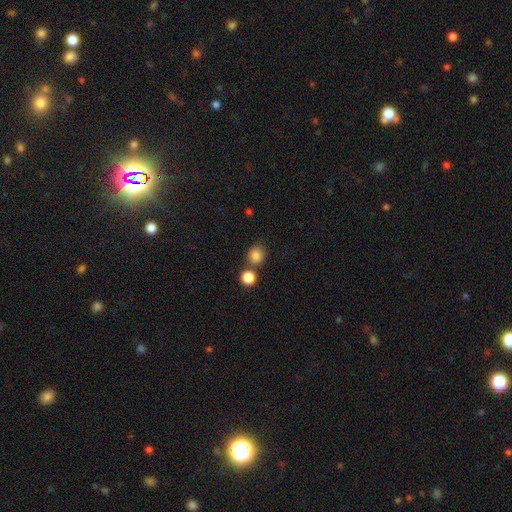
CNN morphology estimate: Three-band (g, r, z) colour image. It shows a smooth galaxy with no disk features (84%) that is round (79%). Merging: none (67%).